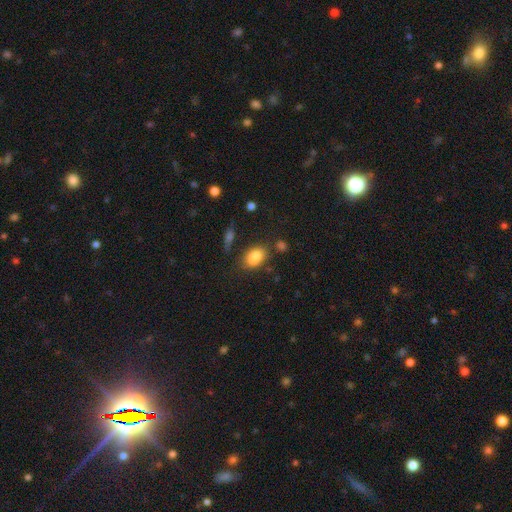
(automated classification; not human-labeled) Smooth or featured? Predicted: smooth (p=0.79). How rounded? Predicted: in between (p=0.76). Merging? Predicted: none (p=0.58).